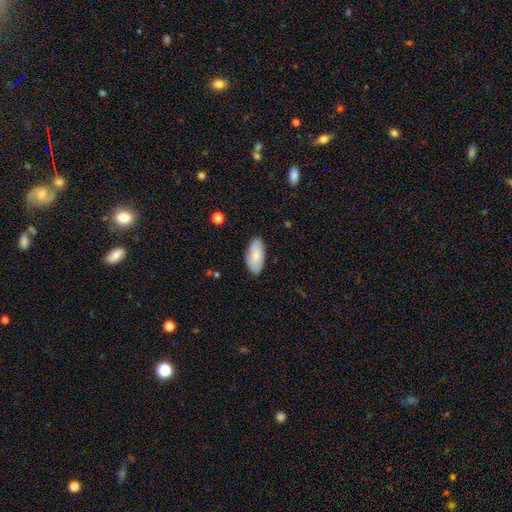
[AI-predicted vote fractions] Smooth or featured: smooth — 68% (featured or disk — 25%)
How rounded: in between — 93% (cigar-shaped — 5%)
Merging: none — 83% (minor disturbance — 13%)